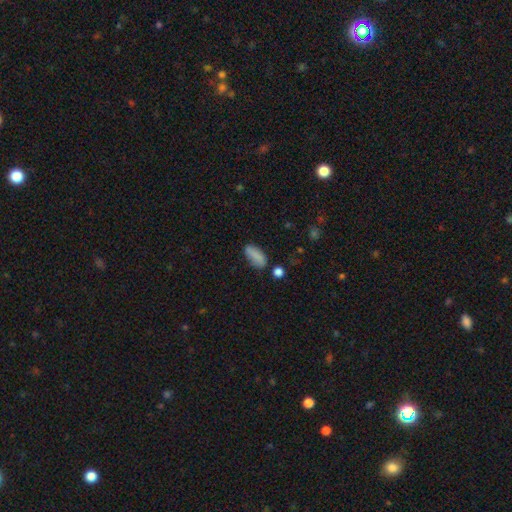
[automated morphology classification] This appears to be a smooth galaxy with no disk features (84%) that is in between round and cigar-shaped (83%). Merging: none (70%).